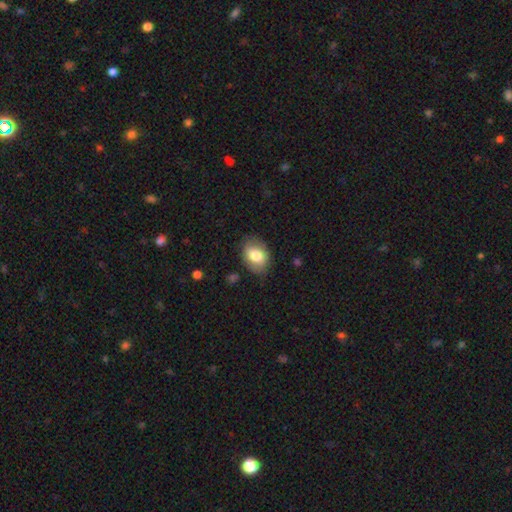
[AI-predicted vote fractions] This appears to be a smooth galaxy with no disk features (77%) that is in between round and cigar-shaped (74%). Merging: none (79%).